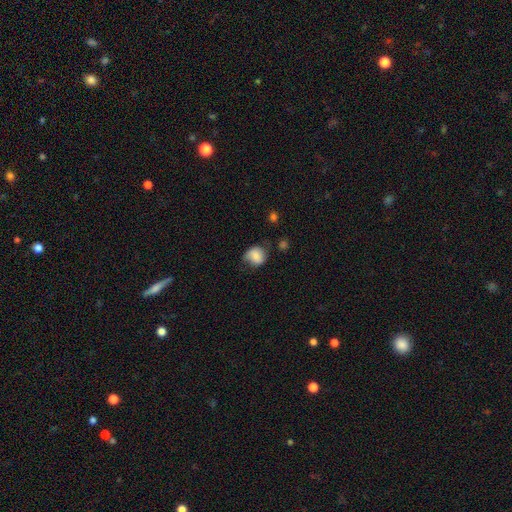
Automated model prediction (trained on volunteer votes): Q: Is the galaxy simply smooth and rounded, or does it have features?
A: smooth — 75%.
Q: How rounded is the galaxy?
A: round — 71%.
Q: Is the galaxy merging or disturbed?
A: none — 55%.